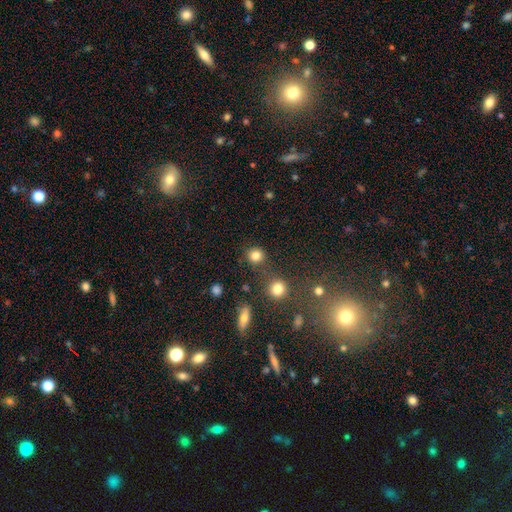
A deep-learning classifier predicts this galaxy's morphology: This appears to be a smooth galaxy with no disk features (82%) that is round (90%). Merging: none (78%).